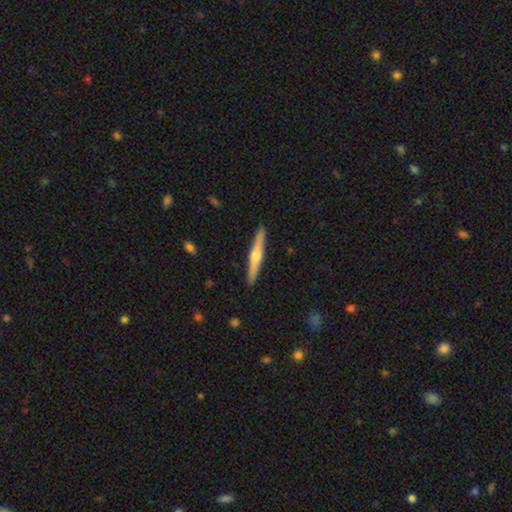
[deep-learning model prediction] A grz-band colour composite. It shows a featured or disk galaxy (67%) viewed edge-on (98%) with a rounded central bulge (92%). Merging: none (92%).